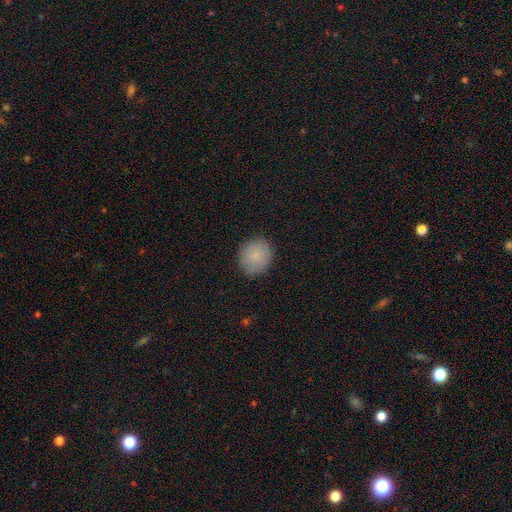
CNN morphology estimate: Smooth or featured? smooth (85%)
How rounded? round (85%)
Merging? none (86%)